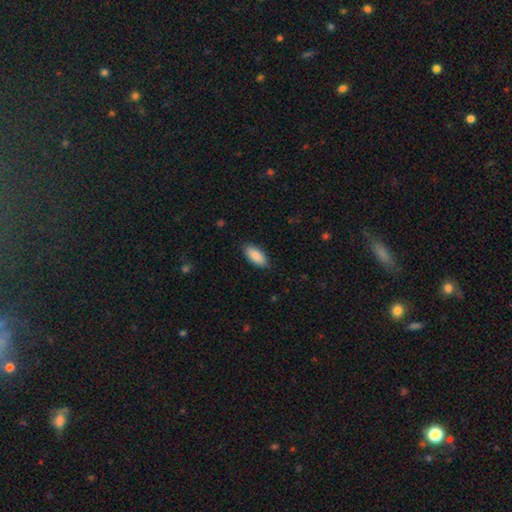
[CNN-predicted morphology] This is clearly a smooth galaxy (89%). How rounded: clearly in between (89%). Merging: clearly none (87%).